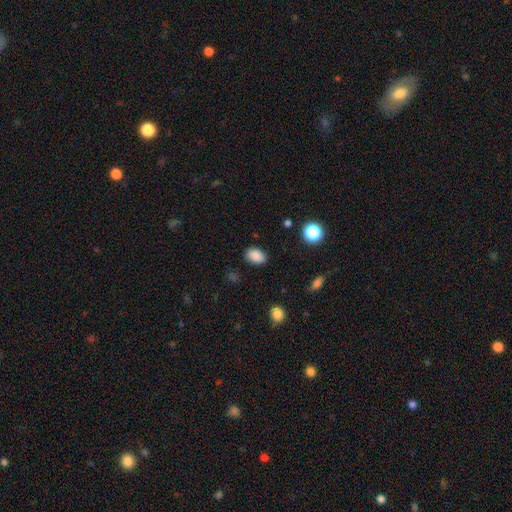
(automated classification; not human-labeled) smooth_or_featured: smooth (p=0.87) [alt: star or artifact p=0.10]
how_rounded: in between (p=0.83) [alt: round p=0.16]
merging: none (p=0.85) [alt: minor disturbance p=0.11]